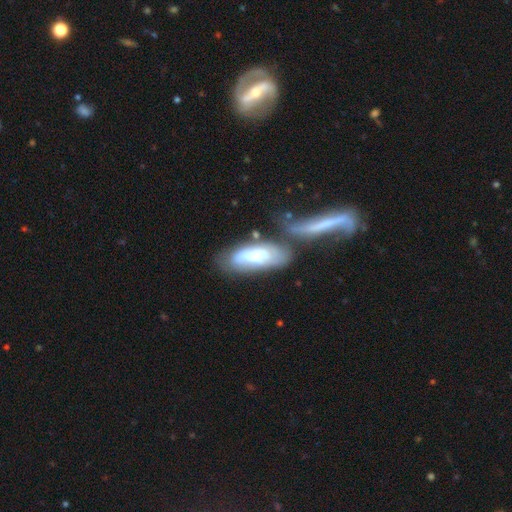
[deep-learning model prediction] Smooth or featured? Predicted: featured or disk (p=0.53). Edge-on disk? Predicted: no (p=0.84). Merging? Predicted: none (p=0.40).